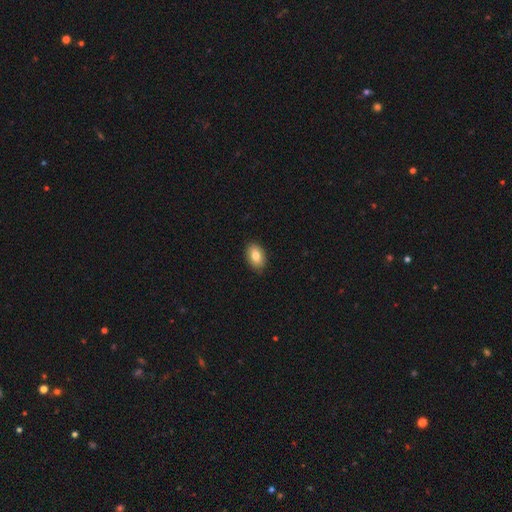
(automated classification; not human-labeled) Morphology: type=smooth (82%); roundness=in between (88%); merging=none (89%).